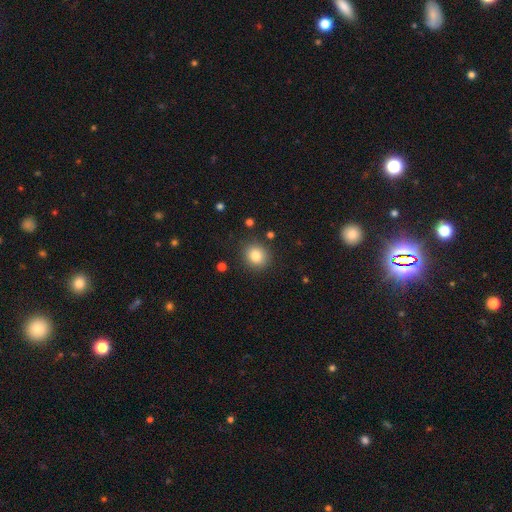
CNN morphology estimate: The model was most divided on "how rounded": round: 84%, in between: 15%, cigar-shaped: 1%. More confident: merging — none (88%); smooth or featured — smooth (82%).